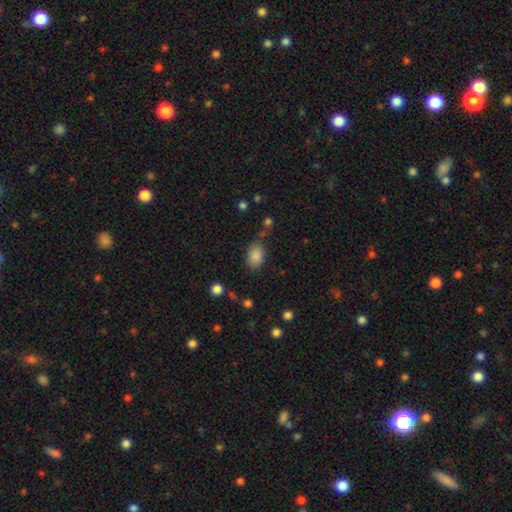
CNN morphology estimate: The model was most divided on "merging": none: 74%, minor disturbance: 17%, major disturbance: 5%, merger: 4%. More confident: smooth or featured — smooth (87%); how rounded — in between (86%).